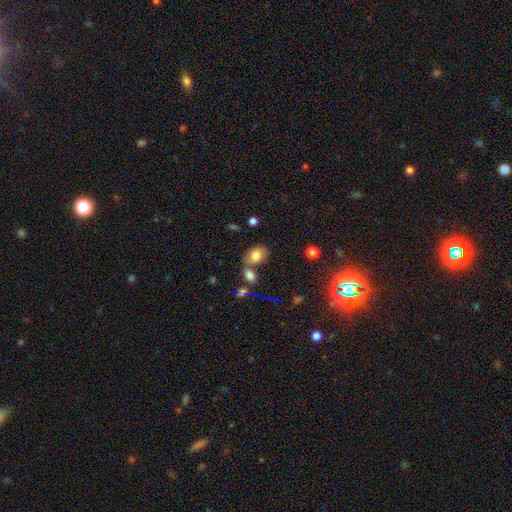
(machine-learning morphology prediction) smooth 79%, star or artifact 11%, featured or disk 10%. Down the decision tree: how rounded — in between (70%); merging — none (53%).